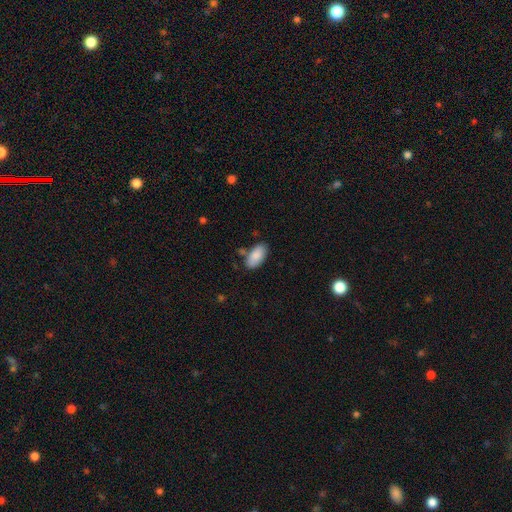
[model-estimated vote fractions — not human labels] smooth-or-featured: smooth: 88% | star or artifact: 6% | featured or disk: 6%
  how-rounded: in between: 94% | cigar-shaped: 4% | round: 2%
  merging: none: 76% | minor disturbance: 15% | merger: 6% | major disturbance: 3%